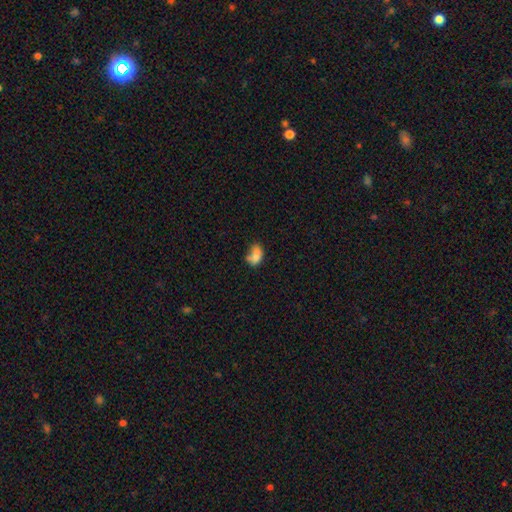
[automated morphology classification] type=smooth (79%); roundness=in between (85%); merging=none (37%).